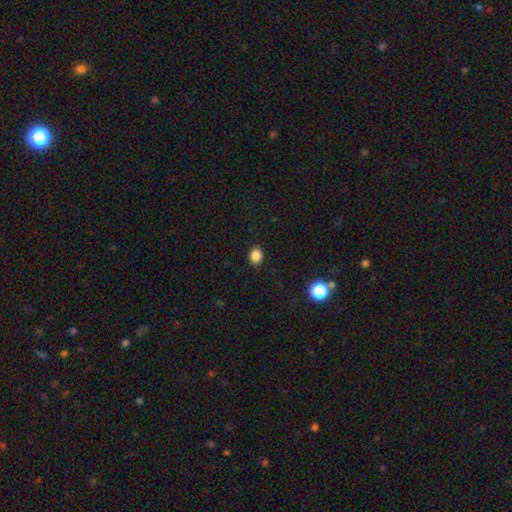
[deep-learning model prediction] Q: Smooth or featured?
A: smooth (86%); runner-up: star or artifact (11%)
Q: How rounded?
A: round (61%); runner-up: in between (38%)
Q: Merging?
A: none (90%); runner-up: minor disturbance (7%)